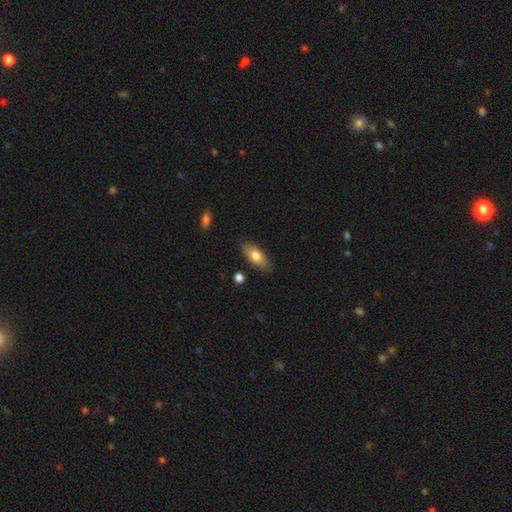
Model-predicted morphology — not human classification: The model was most divided on "smooth or featured": smooth: 78%, featured or disk: 15%, star or artifact: 7%. More confident: how rounded — in between (86%); merging — none (82%).